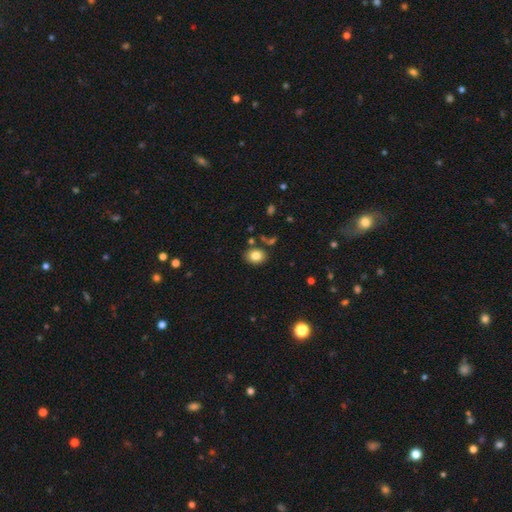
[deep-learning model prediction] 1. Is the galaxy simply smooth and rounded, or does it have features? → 82% smooth, 10% star or artifact, 8% featured or disk.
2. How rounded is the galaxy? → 58% in between, 41% round, 1% cigar-shaped.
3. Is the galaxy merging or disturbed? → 83% none, 10% minor disturbance, 5% merger, 3% major disturbance.